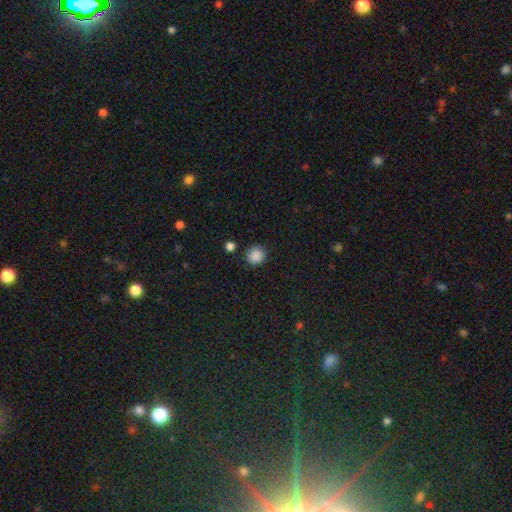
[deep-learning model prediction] This is clearly a smooth galaxy (87%). How rounded: clearly round (93%). Merging: clearly none (87%).